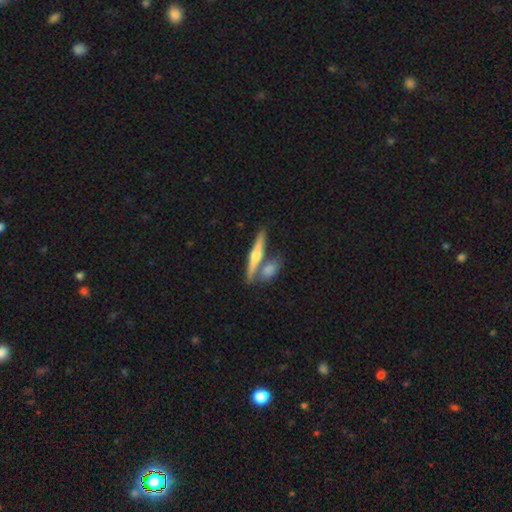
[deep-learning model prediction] Smooth or featured? featured or disk (54%)
Edge-on disk? yes (94%)
Edge-on bulge? rounded (88%)
Merging? none (64%)